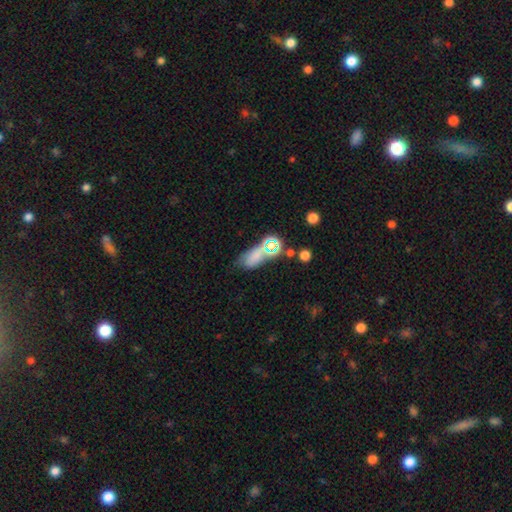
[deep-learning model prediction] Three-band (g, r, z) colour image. It shows a smooth galaxy with no disk features (61%) that is in between round and cigar-shaped (81%). Merging: none (45%).